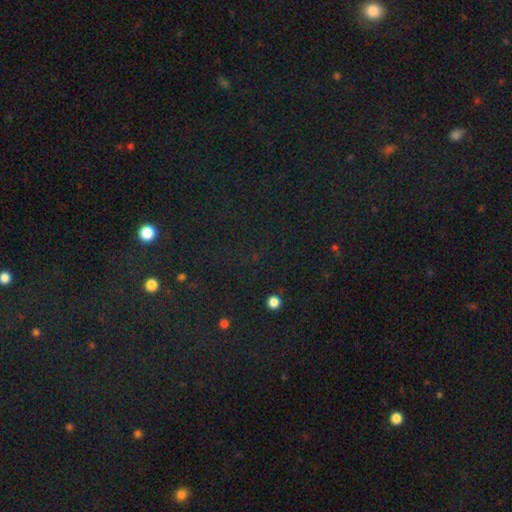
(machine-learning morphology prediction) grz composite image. It shows a star or artifact, not a galaxy (79%).